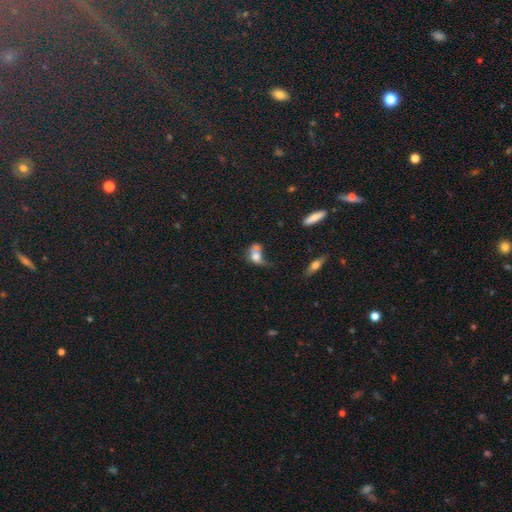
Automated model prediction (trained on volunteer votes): Q: Smooth or featured?
A: smooth (63%); runner-up: featured or disk (24%)
Q: How rounded?
A: in between (71%); runner-up: round (25%)
Q: Merging?
A: major disturbance (37%); runner-up: merger (25%)